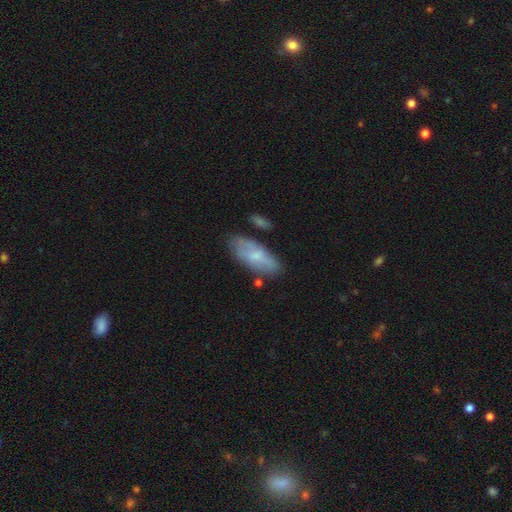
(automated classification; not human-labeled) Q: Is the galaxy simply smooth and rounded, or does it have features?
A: smooth — 65%.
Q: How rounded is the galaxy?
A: in between — 82%.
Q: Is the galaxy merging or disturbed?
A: none — 67%.